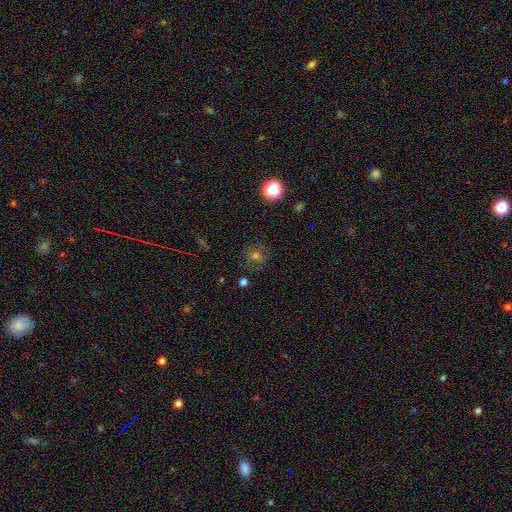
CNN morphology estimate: smooth_or_featured: smooth (p=0.48) [alt: star or artifact p=0.35]
merging: none (p=0.82) [alt: minor disturbance p=0.11]